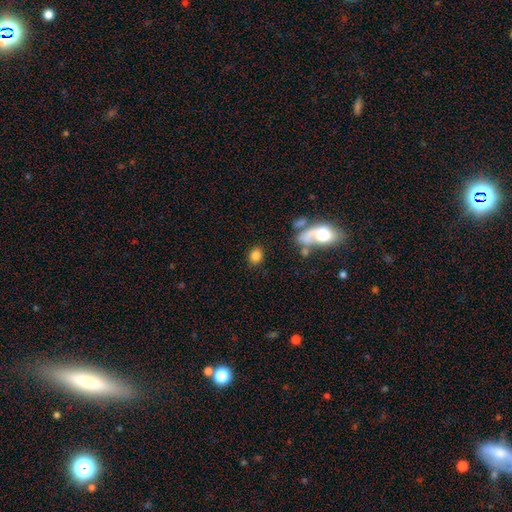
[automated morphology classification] This appears to be a smooth galaxy with no disk features (82%) that is round (54%). Merging: none (81%).